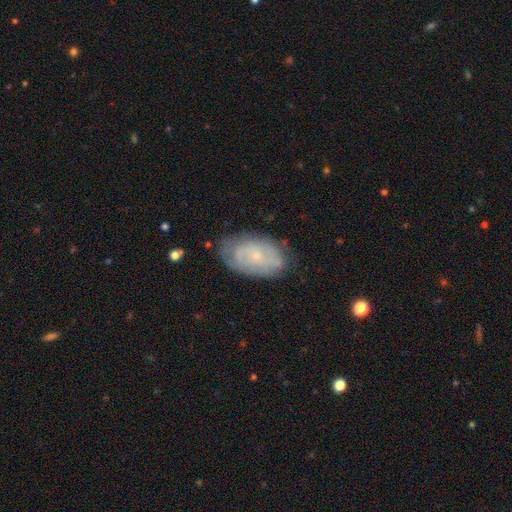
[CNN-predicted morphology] A featured or disk galaxy (62%) with no bar (75%), spiral arms (77%) and a small central bulge (80%).

Vote fractions:
- Smooth or featured? featured or disk: 62% / smooth: 31% / star or artifact: 7%
- Edge-on disk? no: 95% / yes: 5%
- Bar? no: 75% / weak: 21% / strong: 3%
- Spiral arms? yes: 77% / no: 23%
- Bulge size? small: 80% / moderate: 15% / none: 3% / large: 1% / dominant: 1%
- Merging? none: 71% / minor disturbance: 22% / major disturbance: 6% / merger: 1%